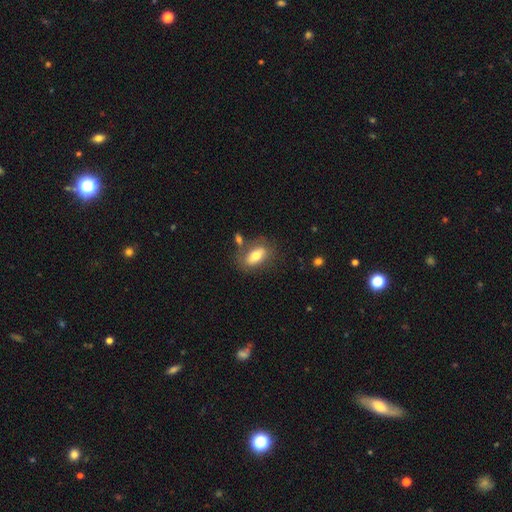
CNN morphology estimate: Smooth or featured? Predicted: smooth (p=0.69). How rounded? Predicted: in between (p=0.85). Merging? Predicted: none (p=0.67).